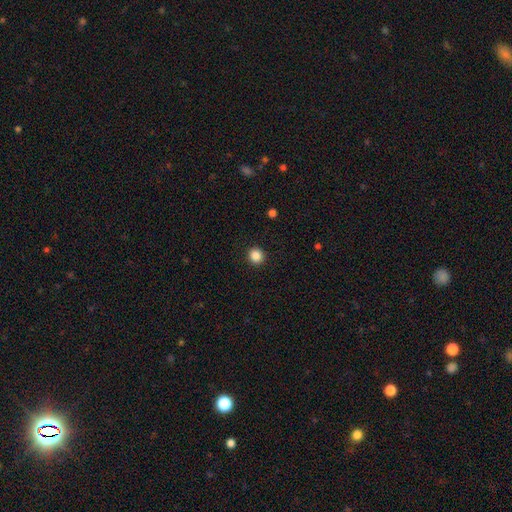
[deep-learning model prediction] Smooth or featured? Predicted: smooth (p=0.87). How rounded? Predicted: round (p=0.93). Merging? Predicted: none (p=0.93).